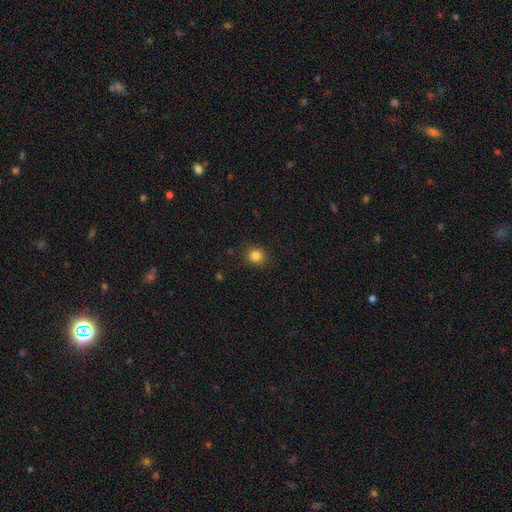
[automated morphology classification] This is clearly a smooth galaxy (83%). How rounded: clearly round (82%). Merging: clearly none (88%).